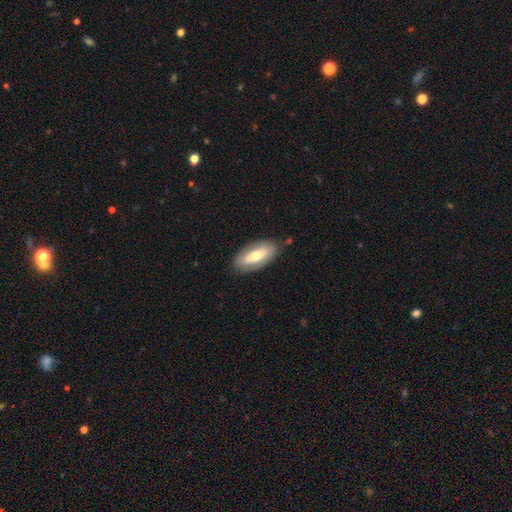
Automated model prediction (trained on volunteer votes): Overall: smooth (55%; featured or disk 39%). How rounded: in between (87%). Merging: none (82%).